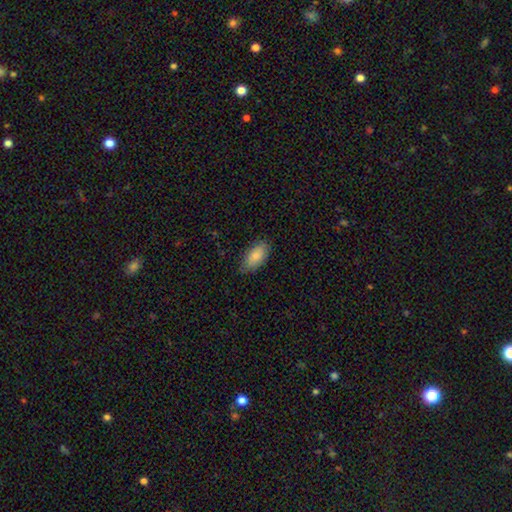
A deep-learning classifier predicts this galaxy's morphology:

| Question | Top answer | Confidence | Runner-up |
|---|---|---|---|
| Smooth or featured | smooth | 84% | featured or disk (10%) |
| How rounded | in between | 92% | cigar-shaped (5%) |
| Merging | none | 81% | minor disturbance (15%) |